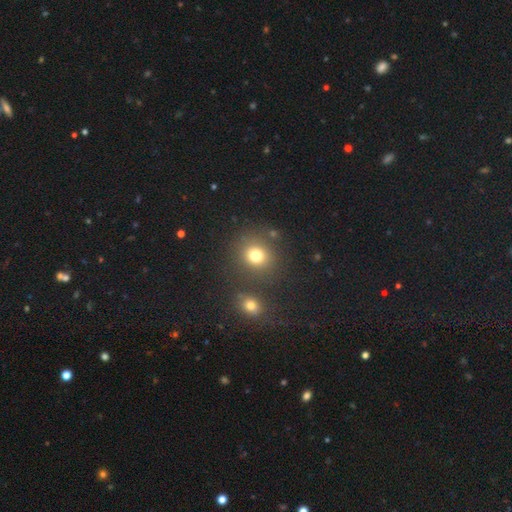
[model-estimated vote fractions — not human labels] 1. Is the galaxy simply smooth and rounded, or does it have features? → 76% smooth, 16% star or artifact, 8% featured or disk.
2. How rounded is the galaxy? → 81% round, 18% in between, 1% cigar-shaped.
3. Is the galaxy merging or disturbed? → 75% none, 11% merger, 9% minor disturbance, 4% major disturbance.